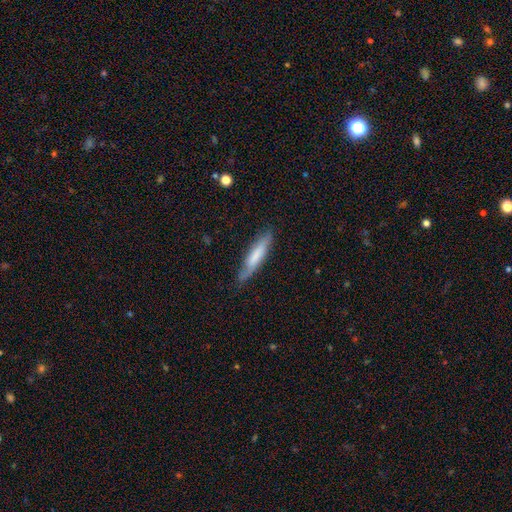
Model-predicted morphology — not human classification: smooth-or-featured: smooth: 60% | featured or disk: 34% | star or artifact: 6%
  how-rounded: cigar-shaped: 85% | in between: 13% | round: 1%
  merging: none: 77% | minor disturbance: 19% | major disturbance: 3% | merger: 1%